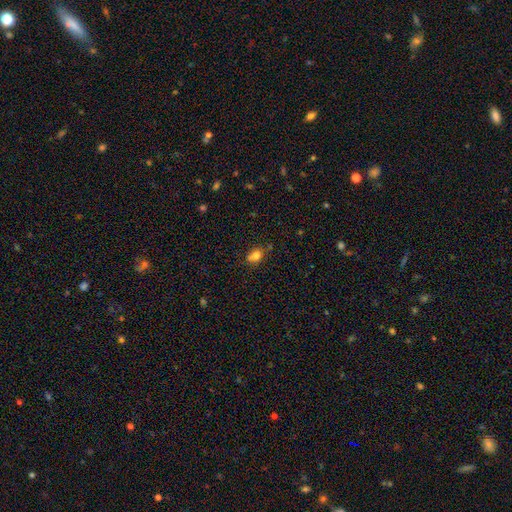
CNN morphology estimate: type=smooth (78%); roundness=in between (54%); merging=none (59%).